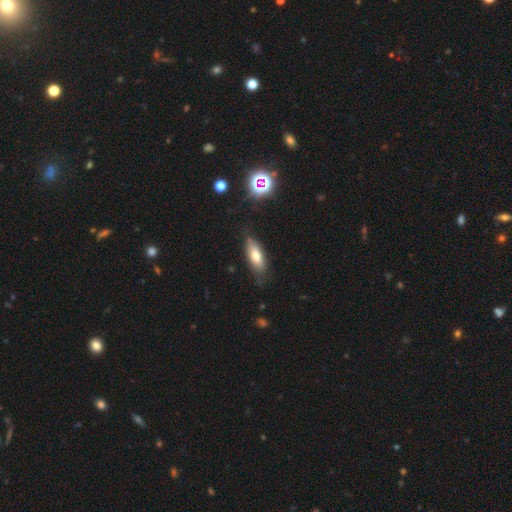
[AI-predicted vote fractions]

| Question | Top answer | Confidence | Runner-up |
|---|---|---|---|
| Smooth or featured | smooth | 71% | featured or disk (20%) |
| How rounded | in between | 75% | cigar-shaped (22%) |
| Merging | none | 73% | minor disturbance (20%) |